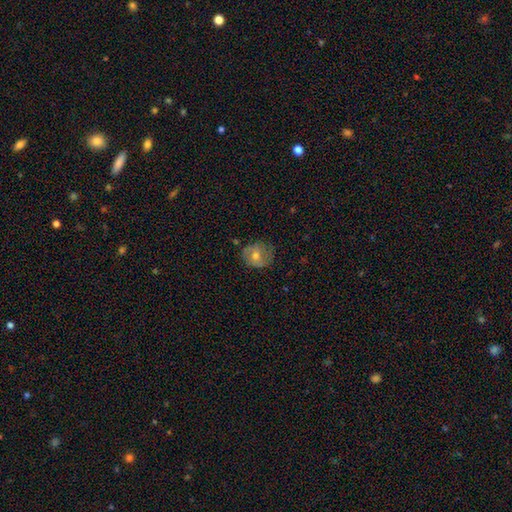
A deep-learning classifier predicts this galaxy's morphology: Smooth or featured: smooth — 48% (featured or disk — 42%)
Merging: none — 70% (minor disturbance — 21%)